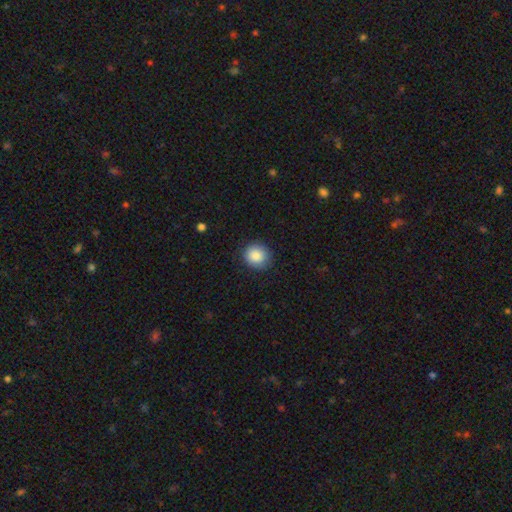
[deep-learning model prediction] Morphology: type=smooth (88%); roundness=round (88%); merging=none (88%).